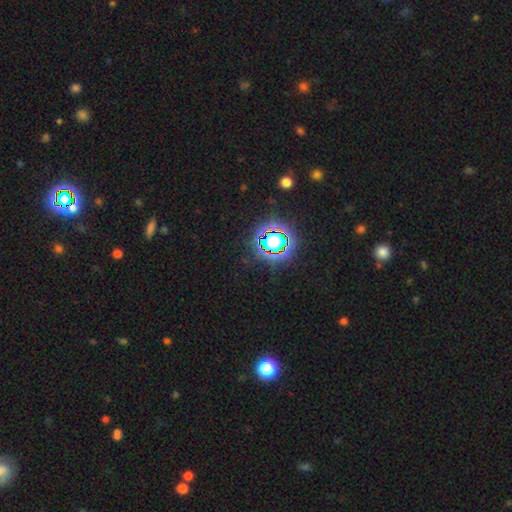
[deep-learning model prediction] Smooth or featured: star or artifact — 81% (smooth — 12%)